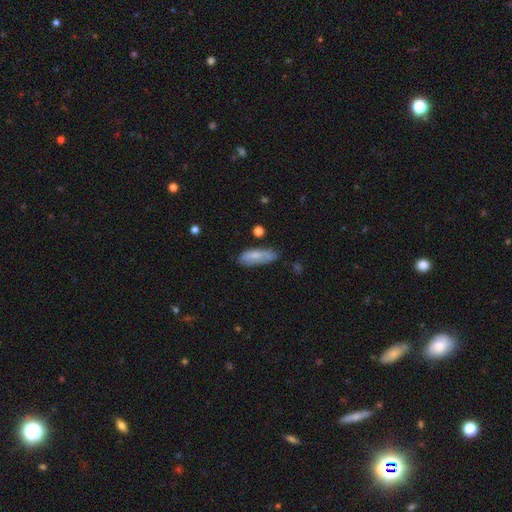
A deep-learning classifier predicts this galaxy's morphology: Q: Smooth or featured?
A: smooth (70%); runner-up: featured or disk (23%)
Q: How rounded?
A: in between (66%); runner-up: cigar-shaped (32%)
Q: Merging?
A: none (66%); runner-up: minor disturbance (25%)